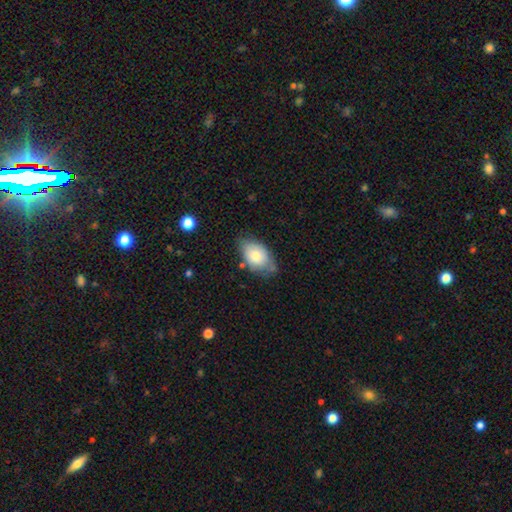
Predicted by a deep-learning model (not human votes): Morphology: type=smooth (75%); roundness=in between (89%); merging=none (59%).